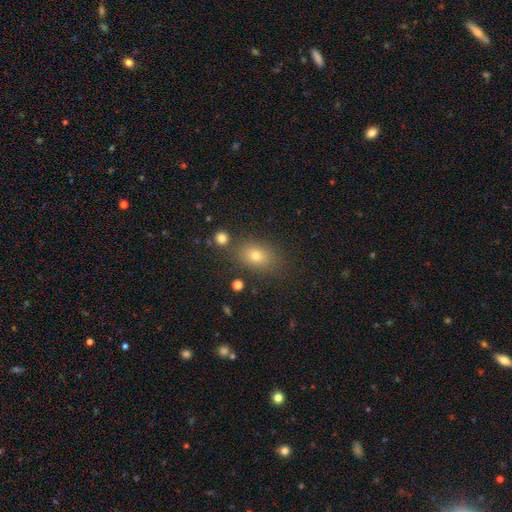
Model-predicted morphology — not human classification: A smooth galaxy with no disk features (73%) that is in between round and cigar-shaped (76%).

Vote fractions:
- Smooth or featured? smooth: 73% / star or artifact: 15% / featured or disk: 12%
- How rounded? in between: 76% / round: 21% / cigar-shaped: 3%
- Merging? none: 78% / minor disturbance: 12% / merger: 6% / major disturbance: 4%